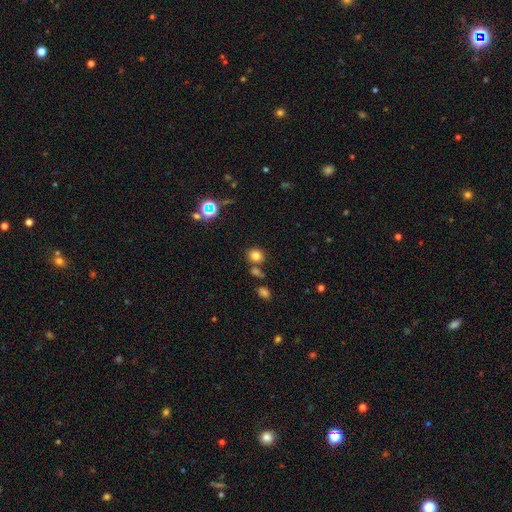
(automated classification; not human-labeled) This appears to be a smooth galaxy with no disk features (78%) that is round (74%). Merging: none (73%).